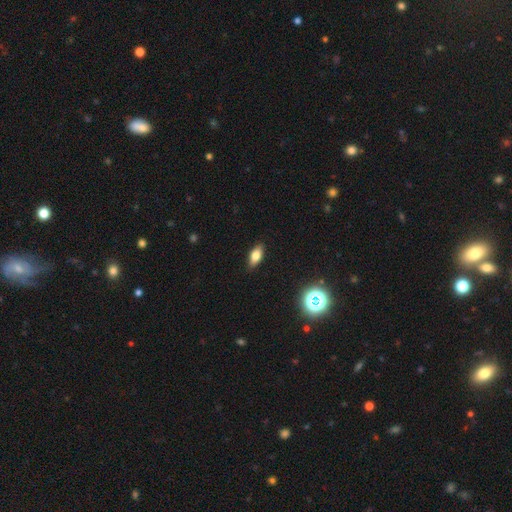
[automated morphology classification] This appears to be a smooth galaxy with no disk features (75%) that is in between round and cigar-shaped (83%). Merging: none (87%).